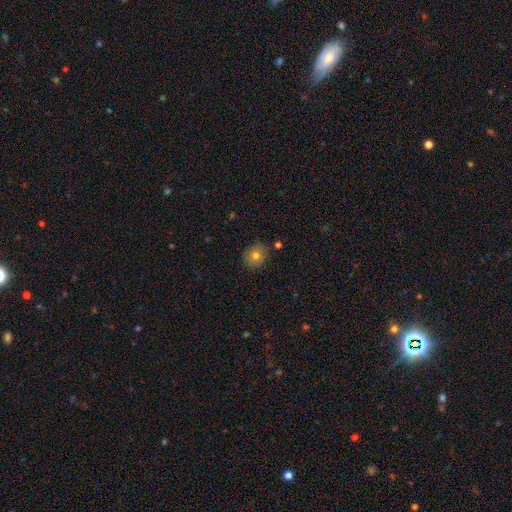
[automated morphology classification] This is likely a smooth galaxy (76%). How rounded: likely round (74%). Merging: clearly none (83%).